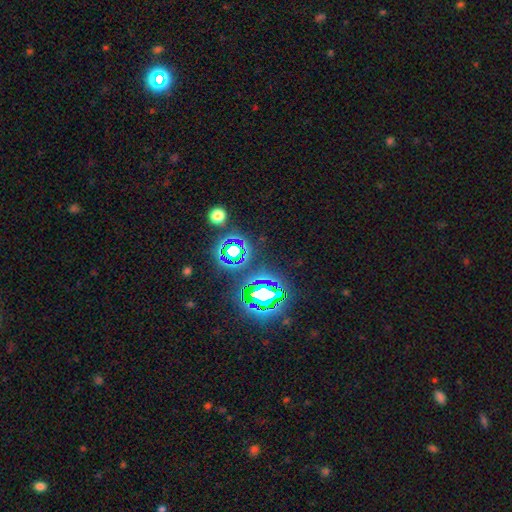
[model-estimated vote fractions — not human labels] Smooth or featured? star or artifact (79%)